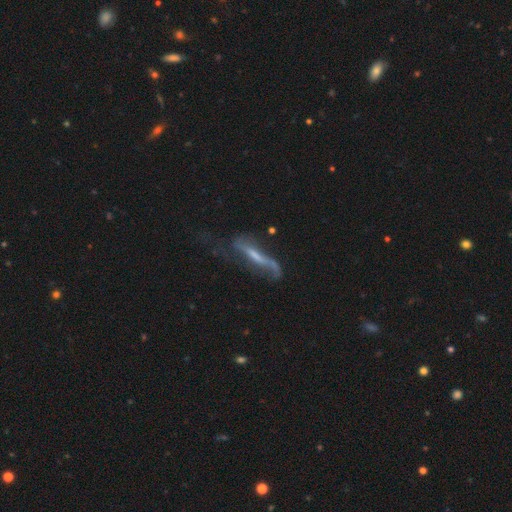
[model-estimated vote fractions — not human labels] Smooth or featured? Predicted: featured or disk (p=0.67). Edge-on disk? Predicted: yes (p=0.50, tied with no). Merging? Predicted: none (p=0.36).